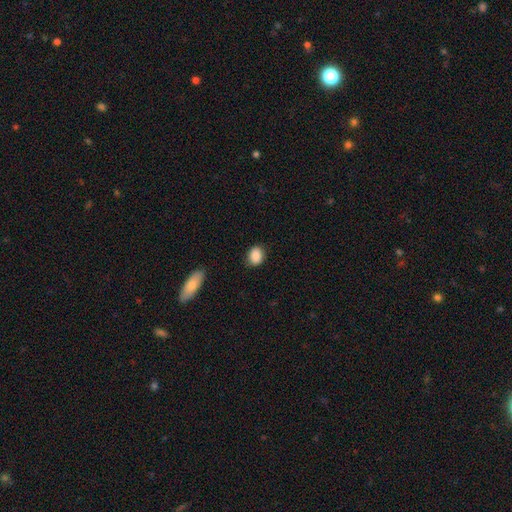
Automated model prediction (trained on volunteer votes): Smooth or featured?
  - smooth: 88% *
  - star or artifact: 8%
  - featured or disk: 4%
How rounded?
  - in between: 54% *
  - round: 45%
  - cigar-shaped: 1%
Merging?
  - none: 83% *
  - minor disturbance: 13%
  - major disturbance: 3%
  - merger: 1%